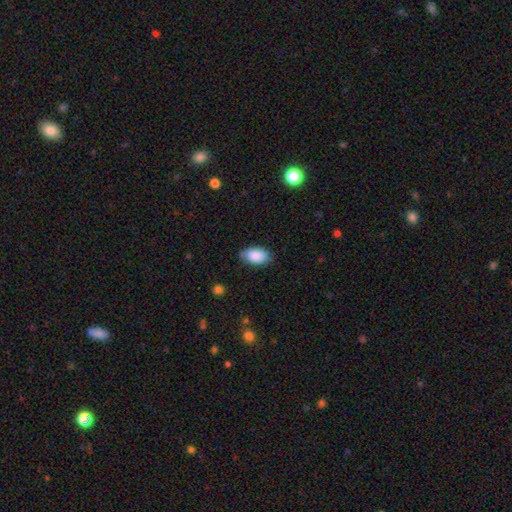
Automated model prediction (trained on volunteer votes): The model was most divided on "merging": none: 74%, minor disturbance: 21%, major disturbance: 4%, merger: 1%. More confident: how rounded — in between (93%); smooth or featured — smooth (86%).